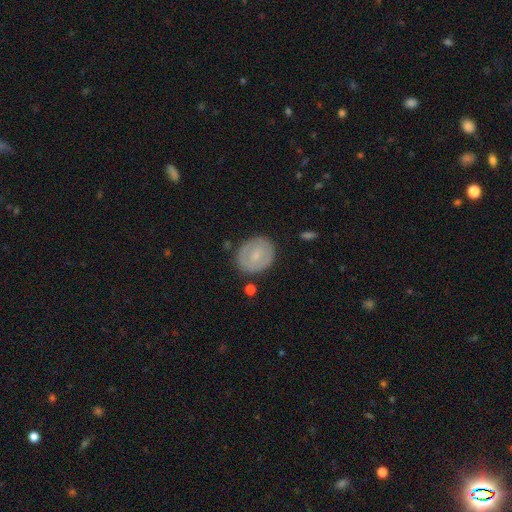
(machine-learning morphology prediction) A smooth galaxy with no disk features (55%) that is round (65%).

Vote fractions:
- Smooth or featured? smooth: 55% / featured or disk: 38% / star or artifact: 7%
- How rounded? round: 65% / in between: 33% / cigar-shaped: 1%
- Merging? none: 81% / minor disturbance: 13% / major disturbance: 4% / merger: 2%